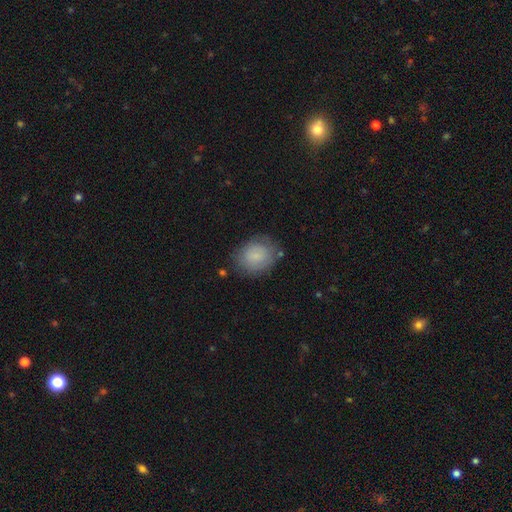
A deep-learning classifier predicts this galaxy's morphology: Smooth or featured: smooth — 81% (featured or disk — 12%)
How rounded: round — 56% (in between — 43%)
Merging: none — 72% (minor disturbance — 19%)